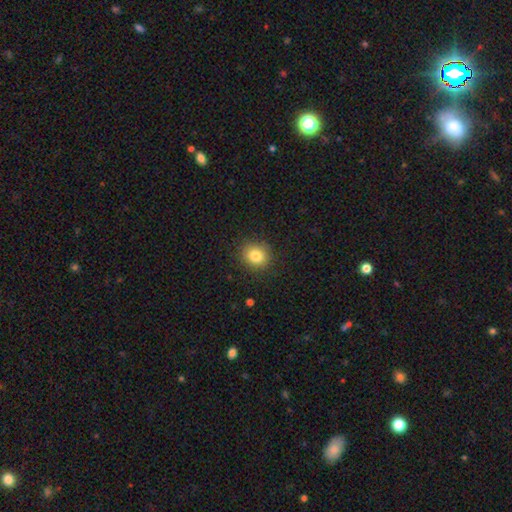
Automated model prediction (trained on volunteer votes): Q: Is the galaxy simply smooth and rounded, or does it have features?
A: smooth — 82%.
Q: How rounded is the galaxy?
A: round — 80%.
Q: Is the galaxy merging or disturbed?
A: none — 87%.